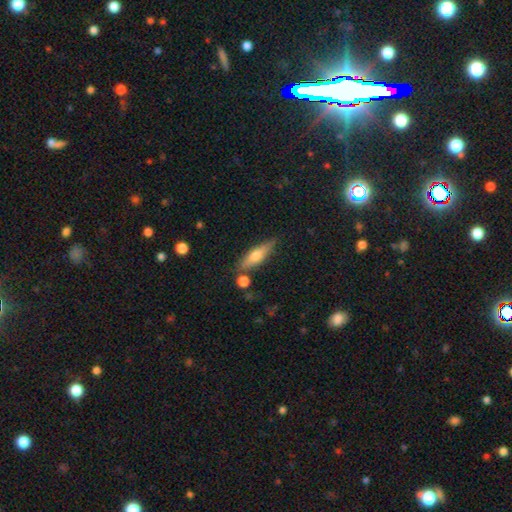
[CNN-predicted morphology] This is possibly a smooth galaxy (46%, tied with featured or disk). Merging: likely none (79%).